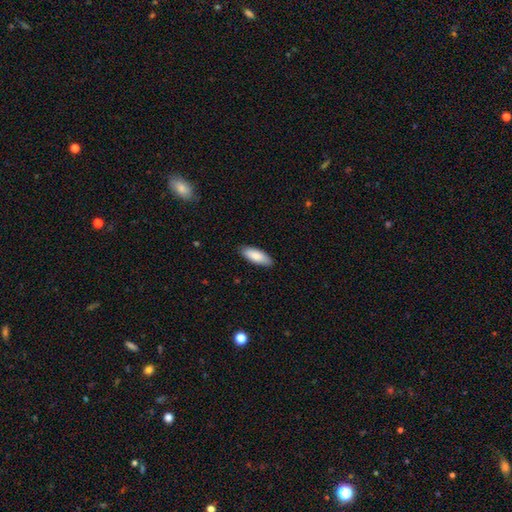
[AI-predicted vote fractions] Smooth or featured? smooth (86%)
How rounded? in between (71%)
Merging? none (88%)